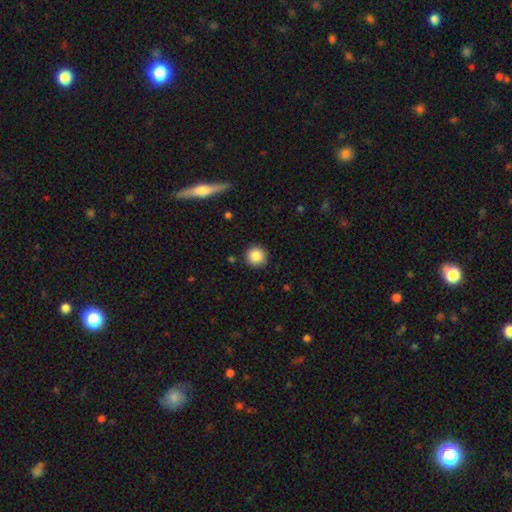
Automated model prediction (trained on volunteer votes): smooth-or-featured: smooth: 86% | star or artifact: 9% | featured or disk: 5%
  how-rounded: round: 94% | in between: 5% | cigar-shaped: 1%
  merging: none: 89% | minor disturbance: 7% | major disturbance: 2% | merger: 1%